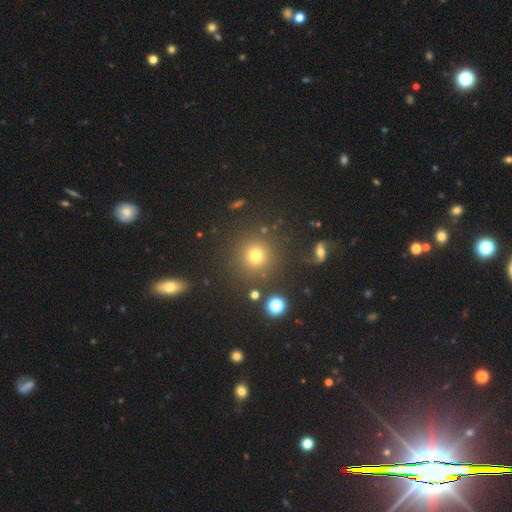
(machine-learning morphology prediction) Smooth or featured? smooth (73%)
How rounded? round (94%)
Merging? none (86%)